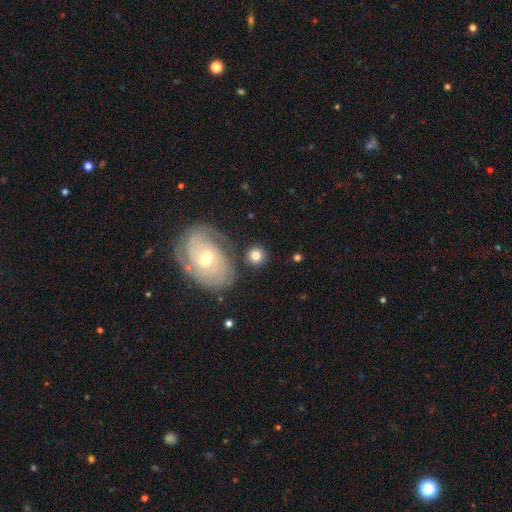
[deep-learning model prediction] smooth 74%, featured or disk 18%, star or artifact 7%. Down the decision tree: how rounded — round (85%); merging — none (77%).